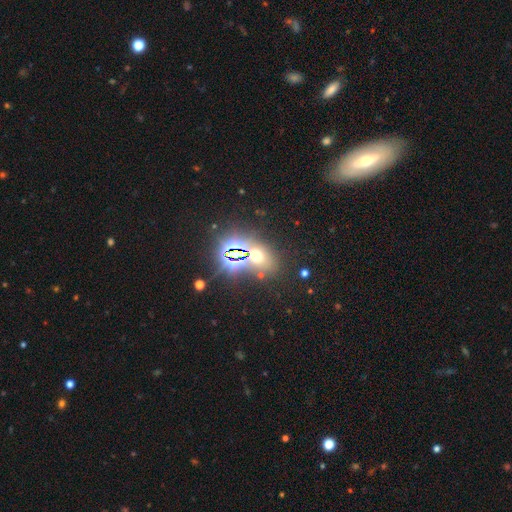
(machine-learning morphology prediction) type=star or artifact (47%).